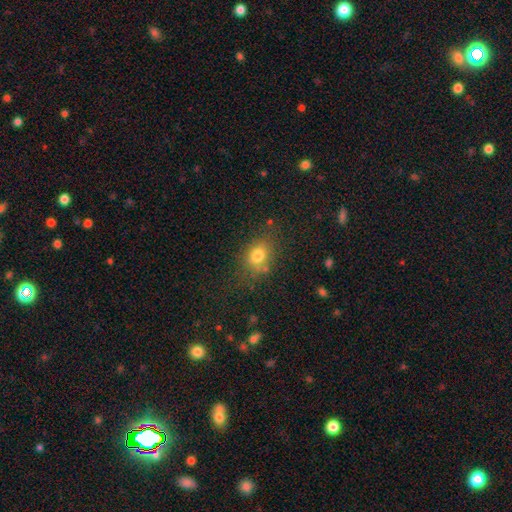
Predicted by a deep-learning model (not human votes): Smooth or featured? smooth (78%)
How rounded? in between (61%)
Merging? none (70%)